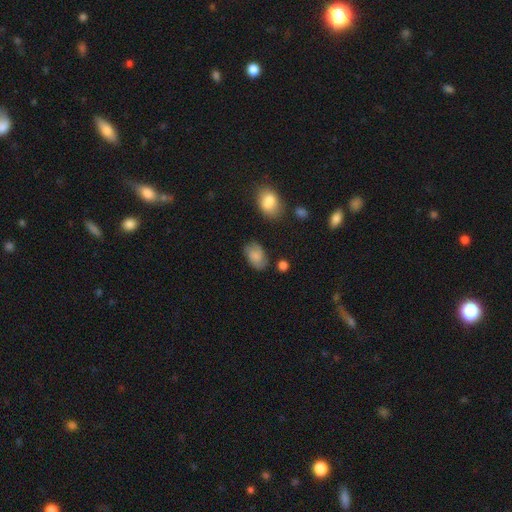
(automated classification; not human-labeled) smooth-or-featured: smooth: 74% | featured or disk: 18% | star or artifact: 8%
  how-rounded: in between: 87% | round: 12% | cigar-shaped: 1%
  merging: none: 70% | minor disturbance: 21% | major disturbance: 5% | merger: 3%